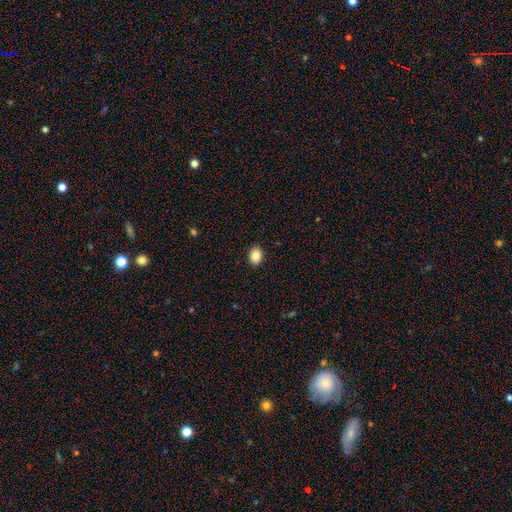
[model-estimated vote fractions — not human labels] Q: Smooth or featured?
A: smooth (85%); runner-up: star or artifact (9%)
Q: How rounded?
A: in between (64%); runner-up: round (35%)
Q: Merging?
A: none (91%); runner-up: minor disturbance (6%)